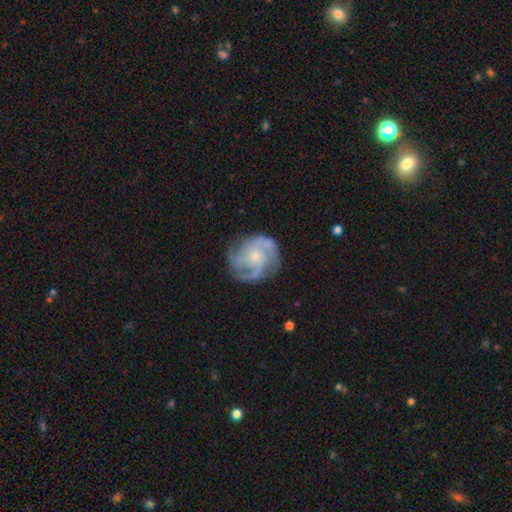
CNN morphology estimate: Overall: featured or disk (85%). Edge-on disk: no (98%). Bar: no (73%). Spiral arms: yes (96%). Spiral arm count: 3 (46%; 4 17%). Spiral winding: medium (47%; tight 40%). Bulge size: small (66%; moderate 27%). Merging: none (73%).